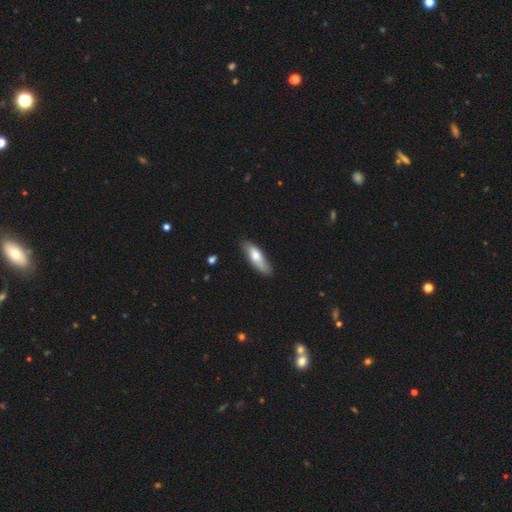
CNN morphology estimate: smooth-or-featured: smooth: 70% | featured or disk: 25% | star or artifact: 5%
  how-rounded: cigar-shaped: 50% | in between: 48% | round: 2%
  merging: none: 74% | minor disturbance: 21% | major disturbance: 4% | merger: 2%